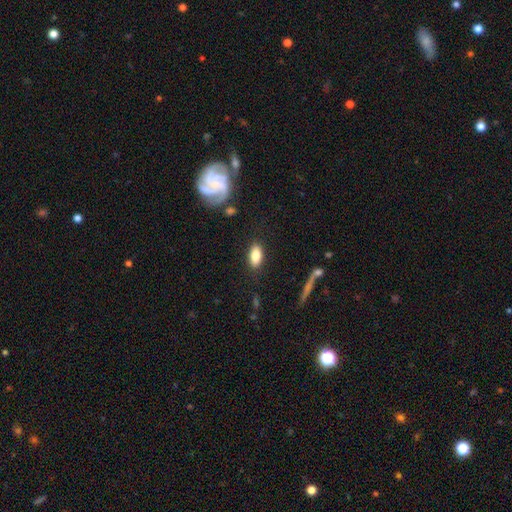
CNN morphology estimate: Q: Smooth or featured?
A: smooth (81%); runner-up: featured or disk (11%)
Q: How rounded?
A: in between (88%); runner-up: cigar-shaped (7%)
Q: Merging?
A: none (85%); runner-up: minor disturbance (10%)